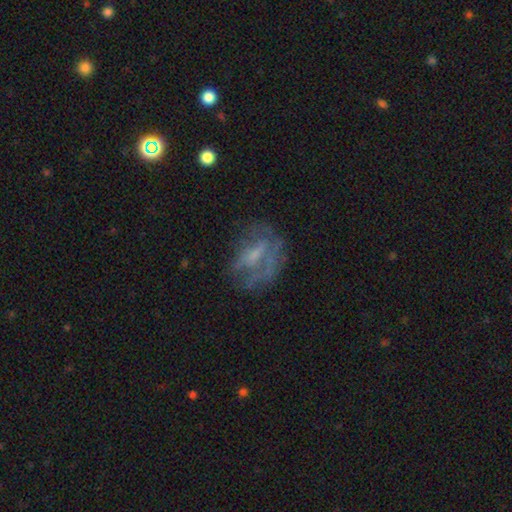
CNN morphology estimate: smooth_or_featured: featured or disk (p=0.55) [alt: smooth p=0.31]
disk_edge_on: no (p=0.95) [alt: yes p=0.05]
bar: no (p=0.56) [alt: weak p=0.33]
has_spiral_arms: no (p=0.69) [alt: yes p=0.31]
bulge_size: small (p=0.36) [tied with: none p=0.36]
merging: none (p=0.48) [alt: major disturbance p=0.27]